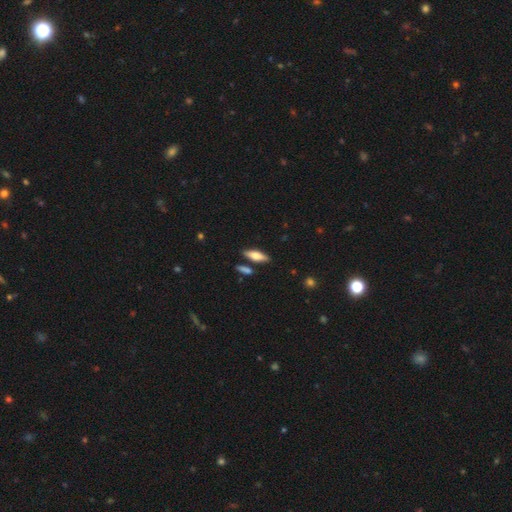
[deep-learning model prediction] Smooth or featured? Predicted: smooth (p=0.60). How rounded? Predicted: cigar-shaped (p=0.49, tied with in between). Merging? Predicted: none (p=0.82).